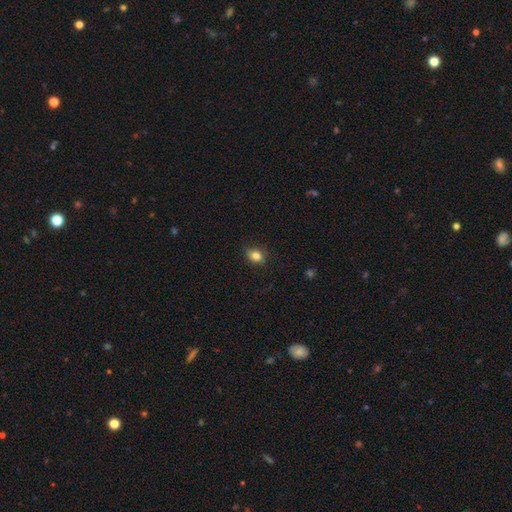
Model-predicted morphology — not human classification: This is clearly a smooth galaxy (83%). How rounded: likely in between (61%). Merging: clearly none (82%).